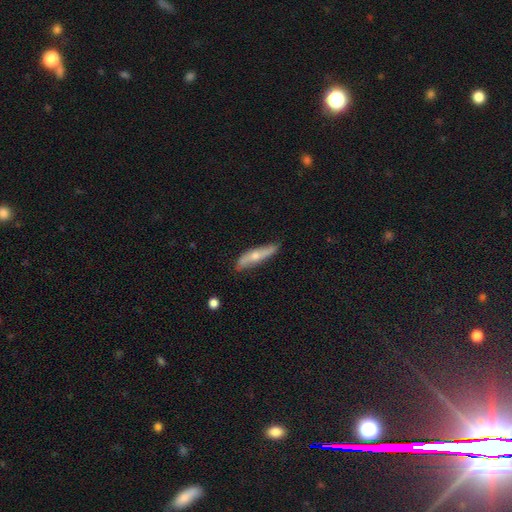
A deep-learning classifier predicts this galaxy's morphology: Smooth or featured: featured or disk — 47% (tied with smooth — 47%)
Merging: none — 76% (minor disturbance — 19%)